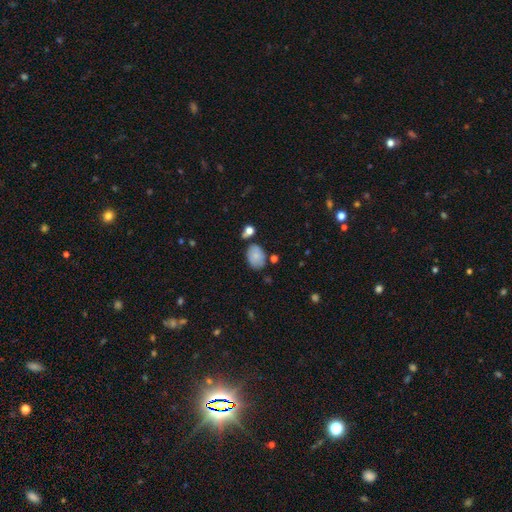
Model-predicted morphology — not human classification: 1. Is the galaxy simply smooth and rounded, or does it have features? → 78% smooth, 14% featured or disk, 8% star or artifact.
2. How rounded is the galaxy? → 77% in between, 22% round, 1% cigar-shaped.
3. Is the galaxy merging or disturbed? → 64% none, 21% minor disturbance, 9% merger, 5% major disturbance.